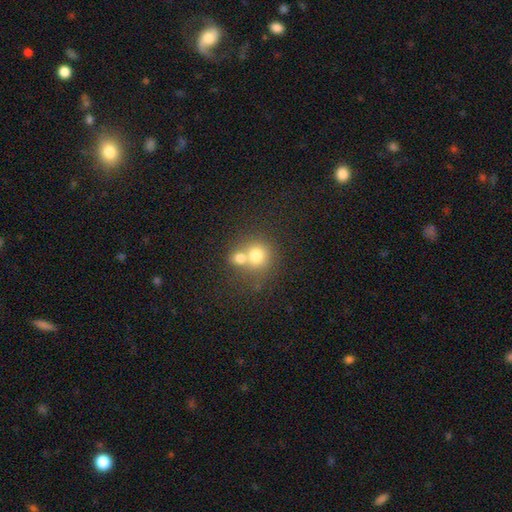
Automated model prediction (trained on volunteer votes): Smooth or featured?
  - smooth: 73% *
  - featured or disk: 15%
  - star or artifact: 12%
How rounded?
  - round: 81% *
  - in between: 18%
  - cigar-shaped: 1%
Merging?
  - merger: 58% *
  - none: 33%
  - minor disturbance: 6%
  - major disturbance: 3%